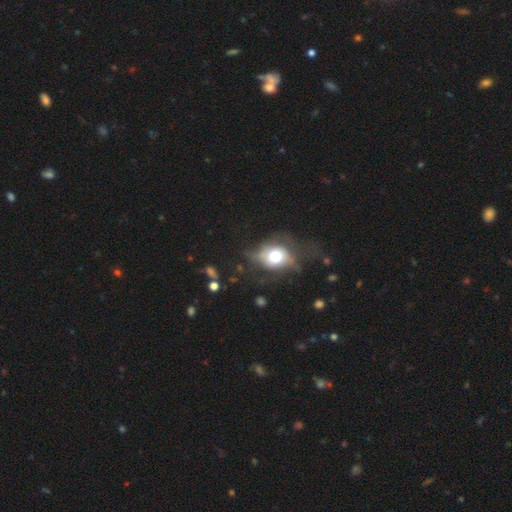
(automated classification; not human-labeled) Q: Smooth or featured?
A: smooth (46%); runner-up: featured or disk (29%)
Q: Merging?
A: none (66%); runner-up: minor disturbance (16%)